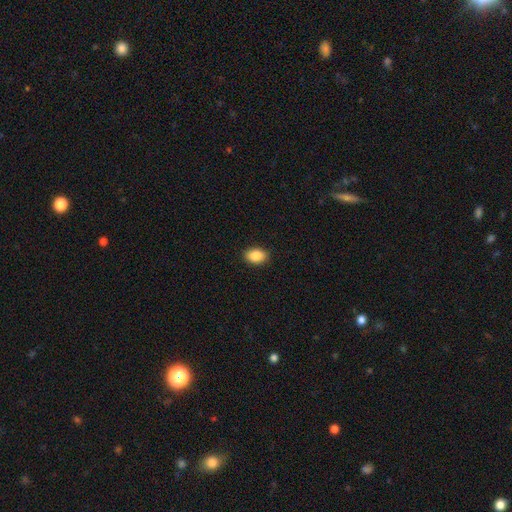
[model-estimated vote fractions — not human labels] Smooth or featured?
  - smooth: 88% *
  - star or artifact: 8%
  - featured or disk: 4%
How rounded?
  - in between: 83% *
  - round: 15%
  - cigar-shaped: 1%
Merging?
  - none: 90% *
  - minor disturbance: 7%
  - major disturbance: 2%
  - merger: 1%